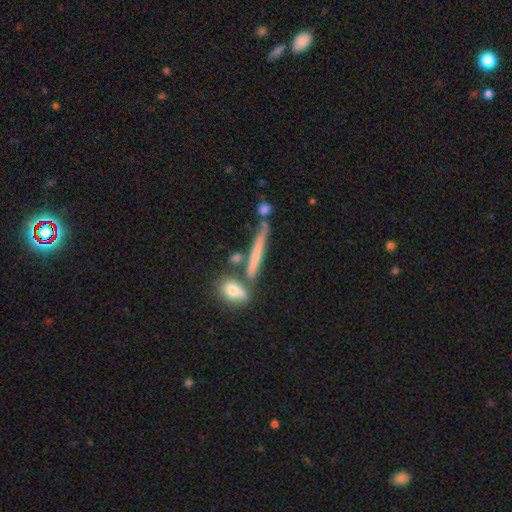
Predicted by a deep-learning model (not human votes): Smooth or featured?
  - smooth: 53% *
  - featured or disk: 37%
  - star or artifact: 10%
How rounded?
  - cigar-shaped: 87% *
  - in between: 8%
  - round: 5%
Merging?
  - none: 67% *
  - minor disturbance: 14%
  - merger: 14%
  - major disturbance: 5%